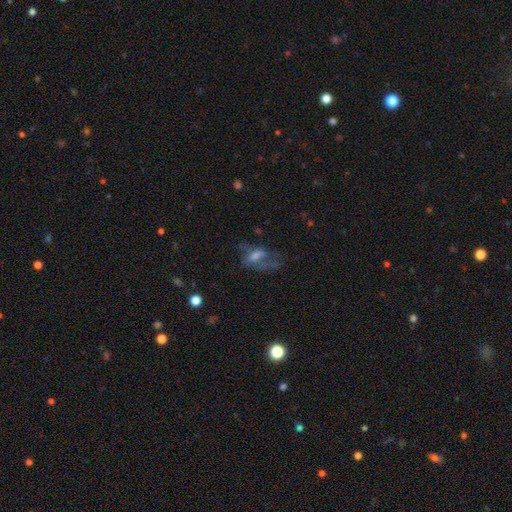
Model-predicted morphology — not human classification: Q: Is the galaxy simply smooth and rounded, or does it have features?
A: featured or disk — 54%.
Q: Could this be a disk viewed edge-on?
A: no — 92%.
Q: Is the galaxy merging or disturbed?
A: none — 42%.